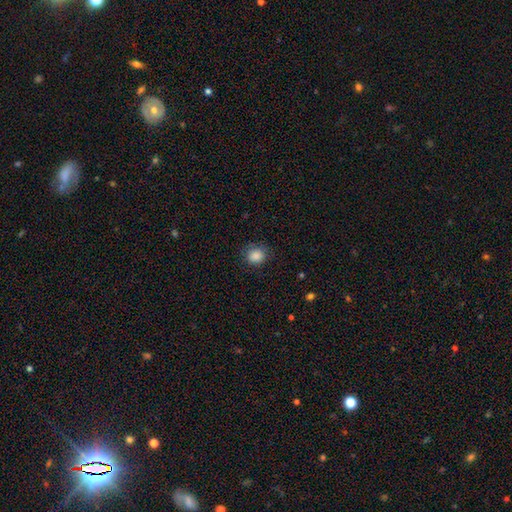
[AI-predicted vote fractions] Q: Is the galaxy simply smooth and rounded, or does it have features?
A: smooth — 87%.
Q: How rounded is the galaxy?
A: round — 75%.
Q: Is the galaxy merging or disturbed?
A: none — 79%.